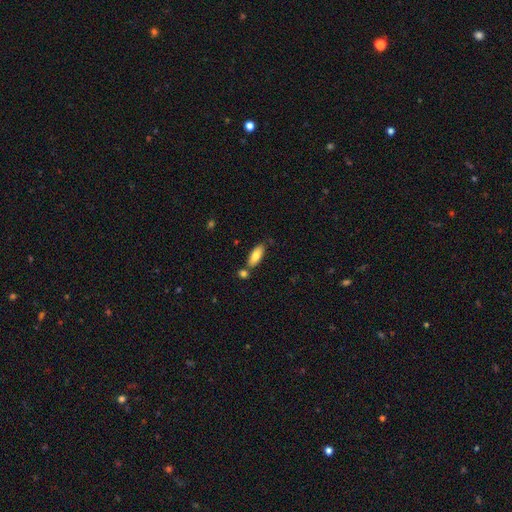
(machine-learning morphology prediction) This is clearly a smooth galaxy (80%). How rounded: likely in between (77%). Merging: likely none (70%).